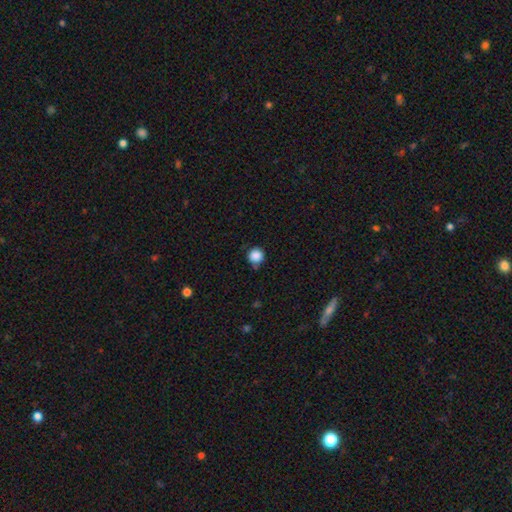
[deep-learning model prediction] Smooth or featured? Predicted: smooth (p=0.87). How rounded? Predicted: round (p=0.94). Merging? Predicted: none (p=0.77).